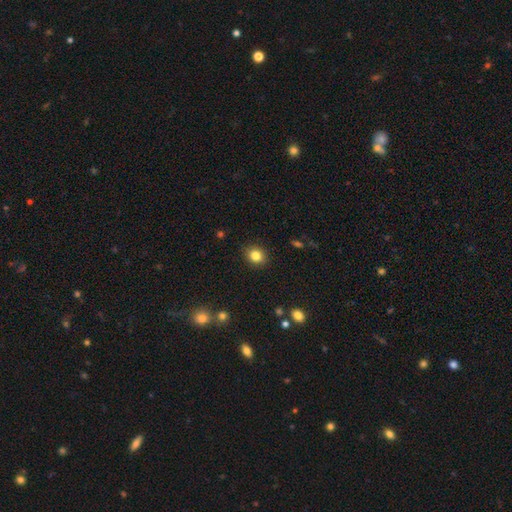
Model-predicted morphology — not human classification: This is clearly a smooth galaxy (83%). How rounded: likely round (71%). Merging: clearly none (90%).